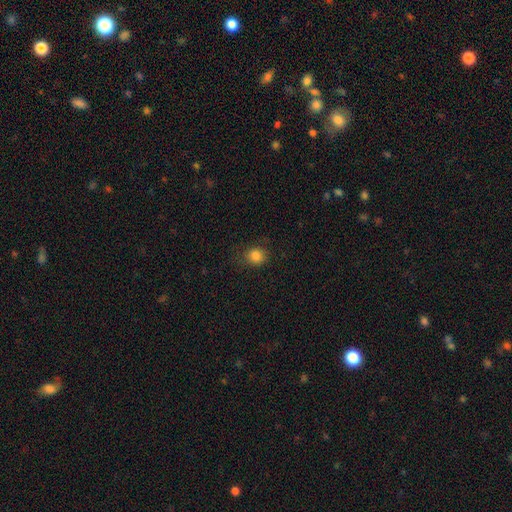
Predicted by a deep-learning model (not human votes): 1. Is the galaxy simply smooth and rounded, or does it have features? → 84% smooth, 12% star or artifact, 5% featured or disk.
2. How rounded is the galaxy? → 72% round, 27% in between, 1% cigar-shaped.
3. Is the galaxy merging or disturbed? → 78% none, 16% minor disturbance, 5% major disturbance, 1% merger.